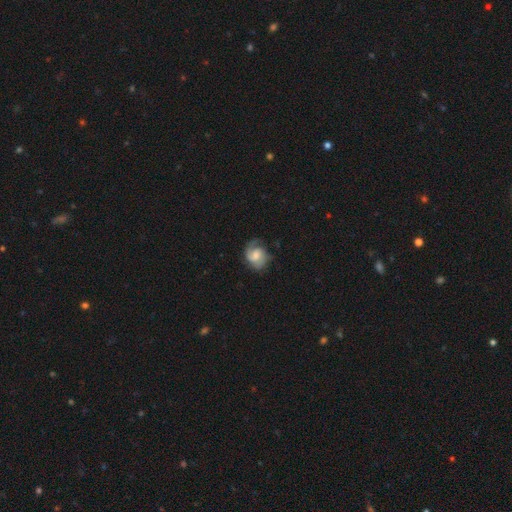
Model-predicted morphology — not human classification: This is likely a featured or disk galaxy (61%). It is clearly not viewed edge-on (97%). Bar: possibly weak (45%, tied with no). Spiral arm pattern: clearly yes (89%). Spiral arm count: possibly 2 (55%). Spiral winding: marginally medium (43%). Central bulge: marginally moderate (38%). Merging: likely none (60%).